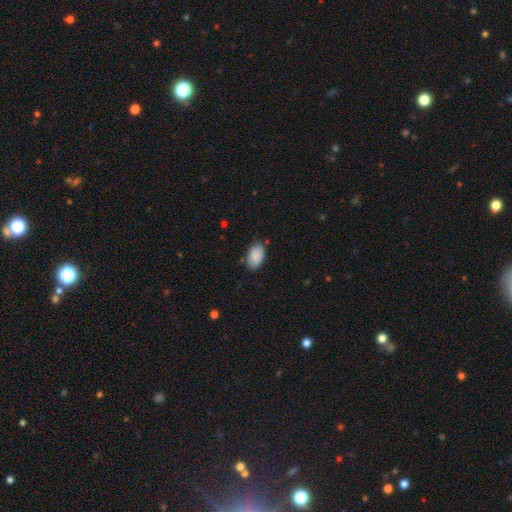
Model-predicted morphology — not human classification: smooth-or-featured: smooth: 89% | star or artifact: 7% | featured or disk: 4%
  how-rounded: in between: 93% | round: 5% | cigar-shaped: 1%
  merging: none: 77% | minor disturbance: 19% | major disturbance: 3% | merger: 2%